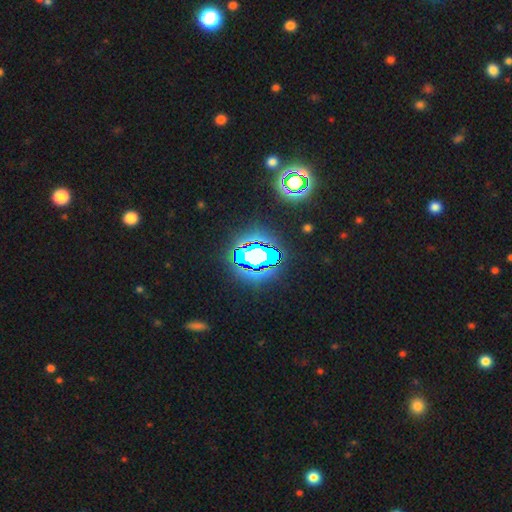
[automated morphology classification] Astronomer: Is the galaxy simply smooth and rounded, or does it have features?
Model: star or artifact — 64%.